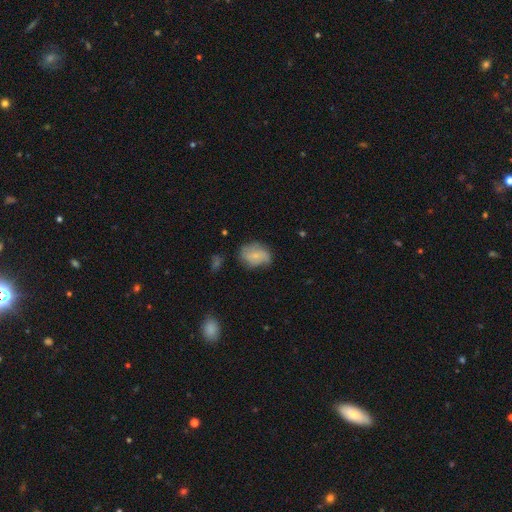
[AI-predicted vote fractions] The model was most divided on "how rounded": in between: 61%, round: 37%, cigar-shaped: 1%. More confident: smooth or featured — smooth (59%); merging — none (58%).